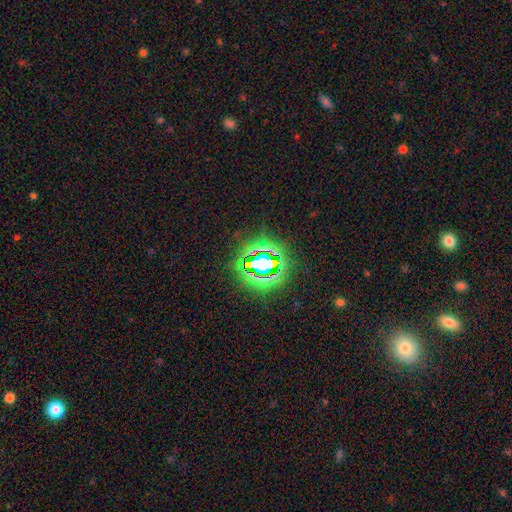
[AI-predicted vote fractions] This appears to be a star or artifact, not a galaxy (73%).